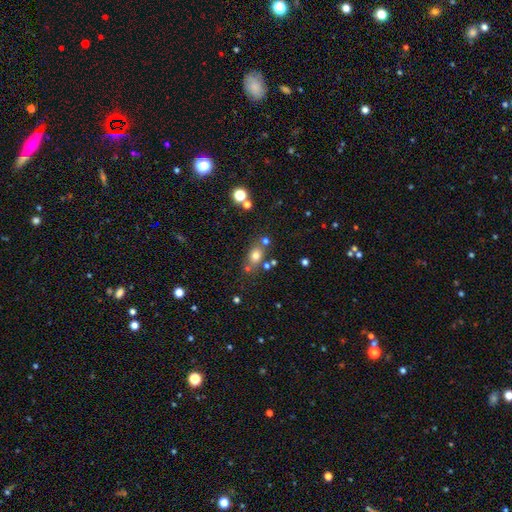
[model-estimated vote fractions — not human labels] The model was most divided on "how rounded": in between: 57%, round: 40%, cigar-shaped: 3%. More confident: smooth or featured — smooth (73%); merging — none (67%).